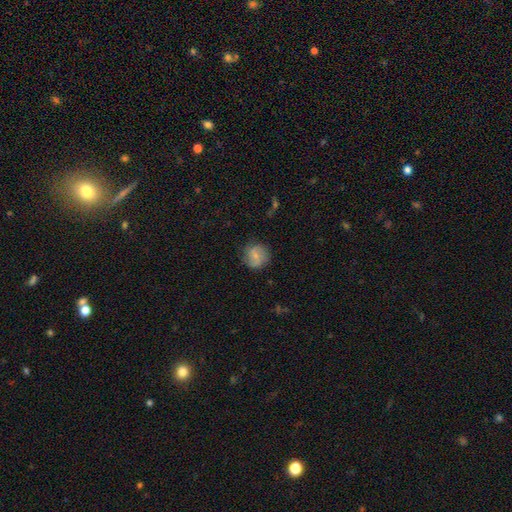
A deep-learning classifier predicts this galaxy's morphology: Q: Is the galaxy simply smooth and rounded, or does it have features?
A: smooth — 54%.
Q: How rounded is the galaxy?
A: round — 87%.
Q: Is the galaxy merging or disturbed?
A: none — 78%.